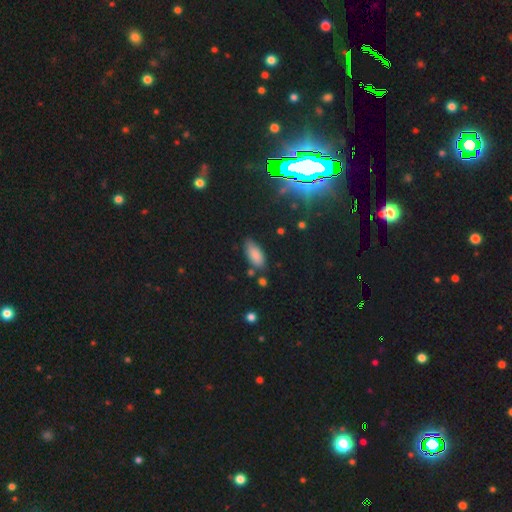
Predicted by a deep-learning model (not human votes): Q: Smooth or featured?
A: smooth (85%); runner-up: star or artifact (8%)
Q: How rounded?
A: in between (86%); runner-up: cigar-shaped (12%)
Q: Merging?
A: none (72%); runner-up: minor disturbance (19%)